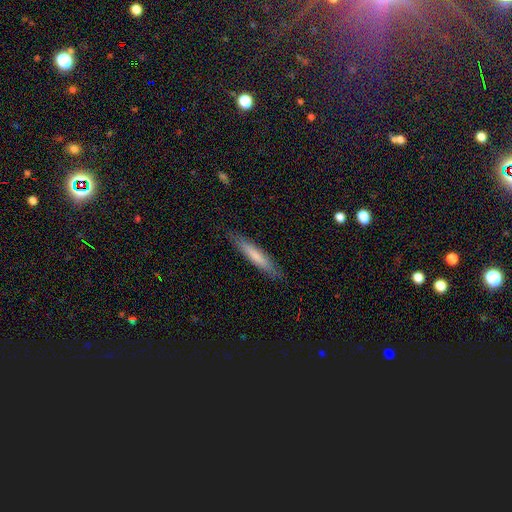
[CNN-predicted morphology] Smooth or featured? smooth (69%)
How rounded? cigar-shaped (90%)
Merging? none (84%)